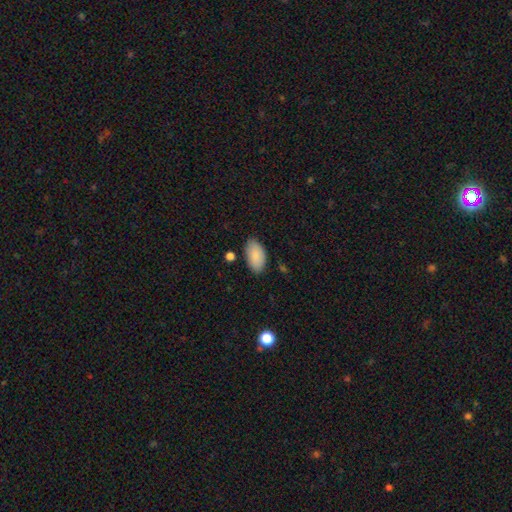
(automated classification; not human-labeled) This is clearly a smooth galaxy (88%). How rounded: clearly in between (95%). Merging: clearly none (82%).